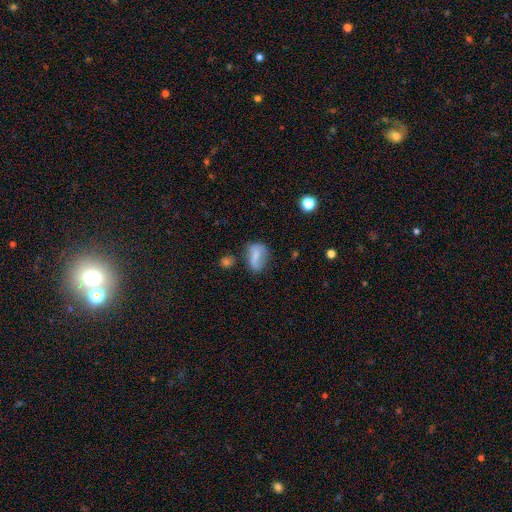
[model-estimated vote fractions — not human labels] smooth-or-featured: smooth: 65% | featured or disk: 25% | star or artifact: 10%
  how-rounded: in between: 80% | round: 16% | cigar-shaped: 4%
  merging: none: 50% | minor disturbance: 29% | major disturbance: 14% | merger: 7%